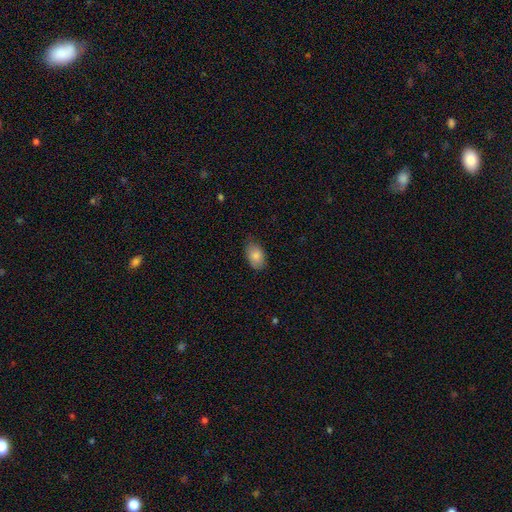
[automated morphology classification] Overall: smooth (84%). How rounded: in between (89%). Merging: none (75%).